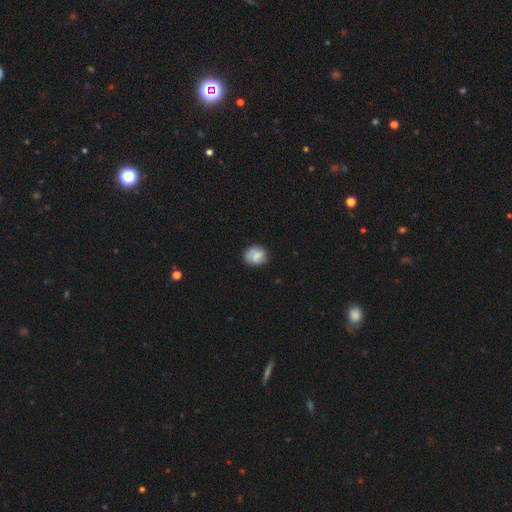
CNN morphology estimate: The model was most divided on "how rounded": round: 66%, in between: 33%, cigar-shaped: 1%. More confident: merging — none (72%); smooth or featured — smooth (66%).